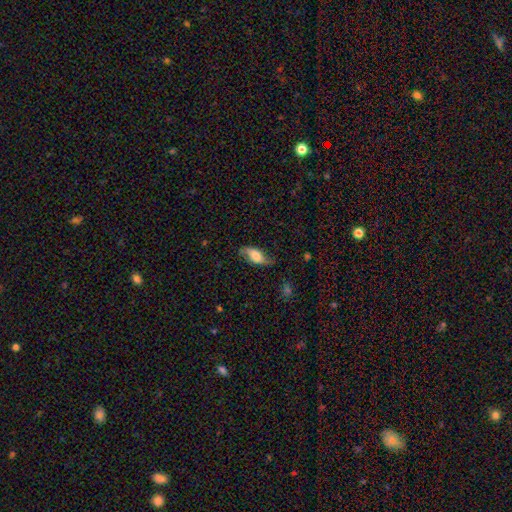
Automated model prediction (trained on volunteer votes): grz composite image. It shows a featured or disk galaxy (50%). Merging: none (69%).